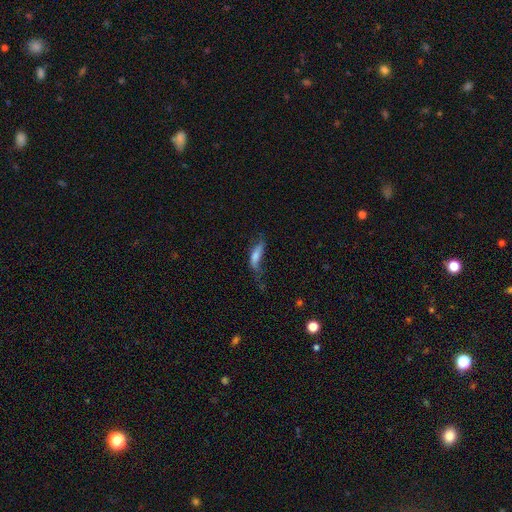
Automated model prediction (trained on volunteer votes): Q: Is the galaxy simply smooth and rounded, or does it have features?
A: smooth — 63%.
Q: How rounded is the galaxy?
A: cigar-shaped — 49%.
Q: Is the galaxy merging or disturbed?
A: major disturbance — 39%.